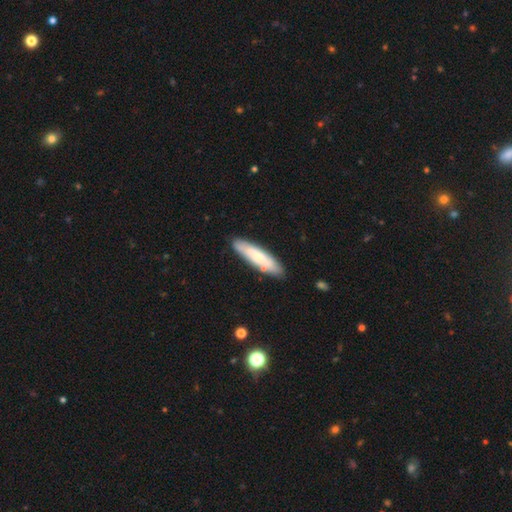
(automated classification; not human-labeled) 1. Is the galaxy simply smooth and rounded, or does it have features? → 63% smooth, 31% featured or disk, 6% star or artifact.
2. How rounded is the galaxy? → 77% cigar-shaped, 22% in between, 1% round.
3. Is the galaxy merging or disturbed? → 85% none, 11% minor disturbance, 2% merger, 2% major disturbance.